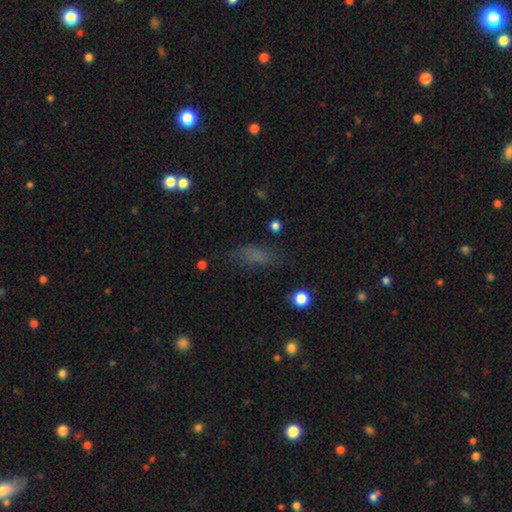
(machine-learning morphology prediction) smooth_or_featured: smooth (p=0.70) [alt: star or artifact p=0.17]
how_rounded: in between (p=0.67) [alt: cigar-shaped p=0.28]
merging: none (p=0.71) [alt: minor disturbance p=0.18]